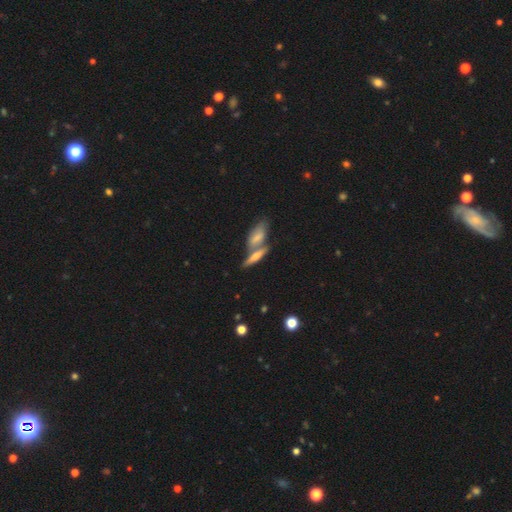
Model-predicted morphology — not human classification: A smooth galaxy with no disk features (47%).

Vote fractions:
- Smooth or featured? smooth: 47% / featured or disk: 45% / star or artifact: 8%
- Merging? none: 45% / merger: 43% / minor disturbance: 8% / major disturbance: 3%